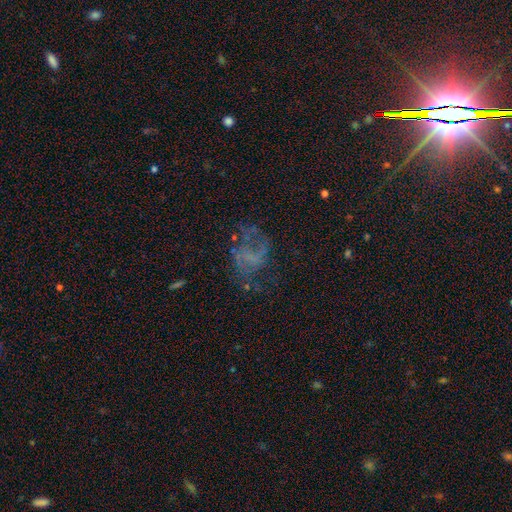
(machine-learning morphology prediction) featured or disk 49%, star or artifact 32%, smooth 19%. Down the decision tree: merging — none (52%).